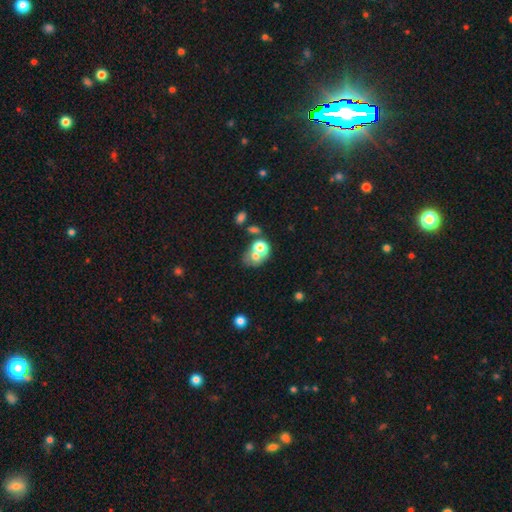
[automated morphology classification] This appears to be a smooth galaxy with no disk features (63%) that is in between round and cigar-shaped (52%). Merging: merger (56%).